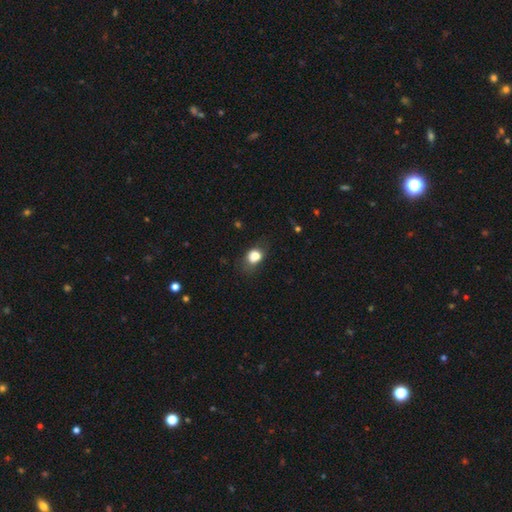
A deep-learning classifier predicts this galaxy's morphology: A smooth galaxy with no disk features (80%) that is in between round and cigar-shaped (55%).

Vote fractions:
- Smooth or featured? smooth: 80% / star or artifact: 11% / featured or disk: 10%
- How rounded? in between: 55% / round: 43% / cigar-shaped: 2%
- Merging? none: 59% / minor disturbance: 25% / major disturbance: 10% / merger: 6%